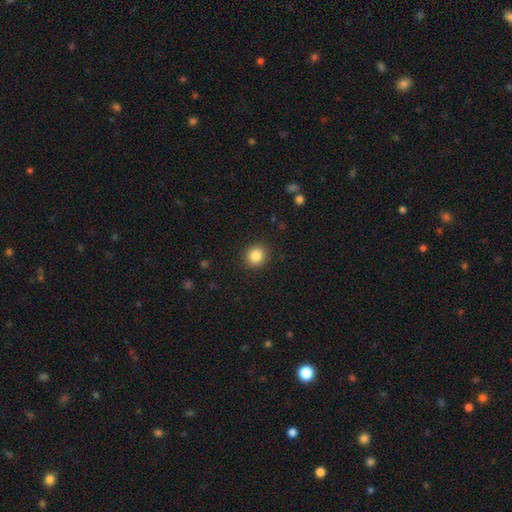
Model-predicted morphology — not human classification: smooth 85%, star or artifact 10%, featured or disk 5%. Down the decision tree: how rounded — round (87%); merging — none (91%).